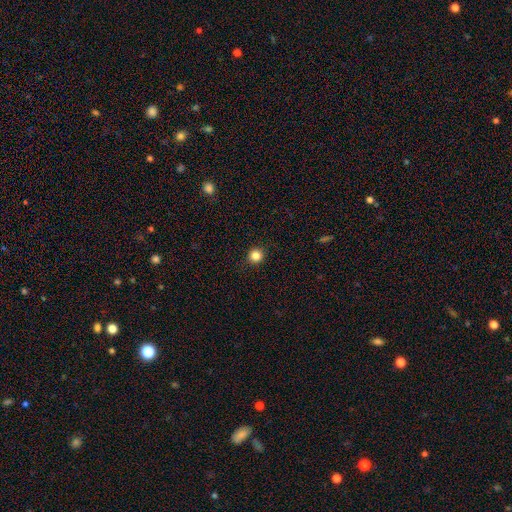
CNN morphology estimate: This appears to be a smooth galaxy with no disk features (84%) that is round (94%). Merging: none (92%).